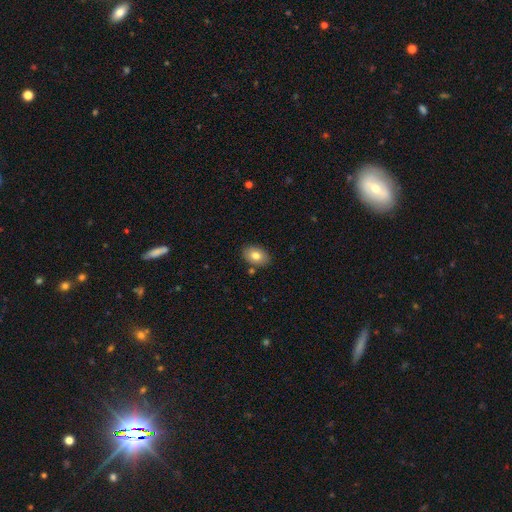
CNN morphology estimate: smooth 80%, featured or disk 12%, star or artifact 8%. Down the decision tree: how rounded — in between (82%); merging — none (83%).